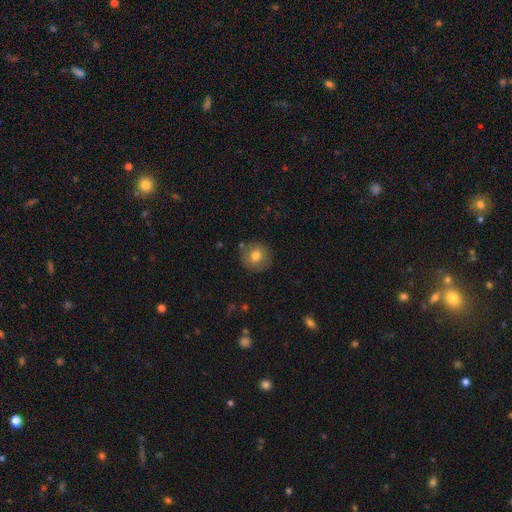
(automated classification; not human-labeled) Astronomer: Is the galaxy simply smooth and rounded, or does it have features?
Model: smooth — 77%.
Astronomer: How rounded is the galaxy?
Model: round — 93%.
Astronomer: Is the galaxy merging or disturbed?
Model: none — 86%.